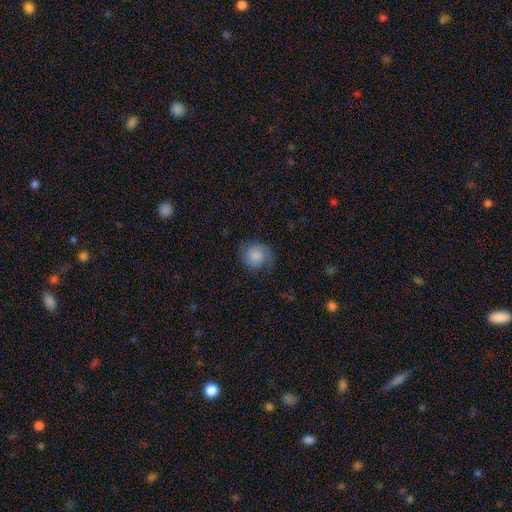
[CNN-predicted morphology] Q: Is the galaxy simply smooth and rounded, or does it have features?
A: smooth — 68%.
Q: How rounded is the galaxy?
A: round — 80%.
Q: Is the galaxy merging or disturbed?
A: none — 70%.